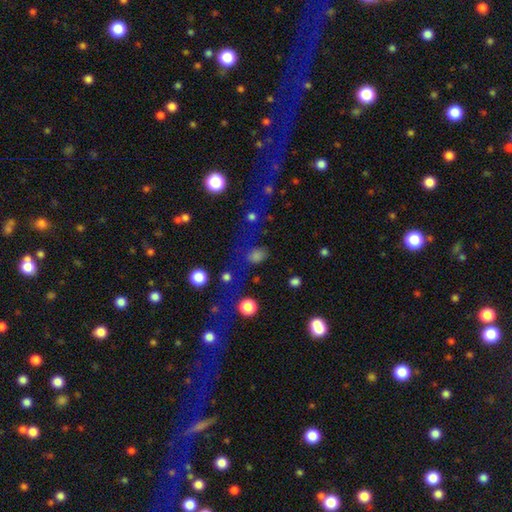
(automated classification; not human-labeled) Q: Smooth or featured?
A: smooth (67%); runner-up: star or artifact (24%)
Q: How rounded?
A: round (49%); tied with: in between (49%)
Q: Merging?
A: none (61%); runner-up: major disturbance (18%)